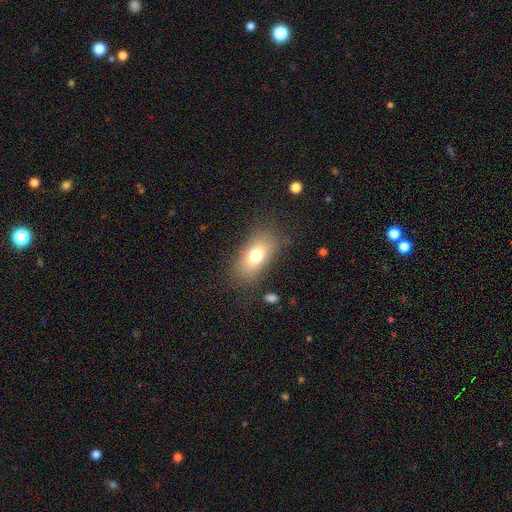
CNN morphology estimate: A smooth galaxy with no disk features (73%) that is in between round and cigar-shaped (87%).

Vote fractions:
- Smooth or featured? smooth: 73% / featured or disk: 17% / star or artifact: 10%
- How rounded? in between: 87% / round: 8% / cigar-shaped: 6%
- Merging? none: 77% / minor disturbance: 14% / major disturbance: 7% / merger: 2%